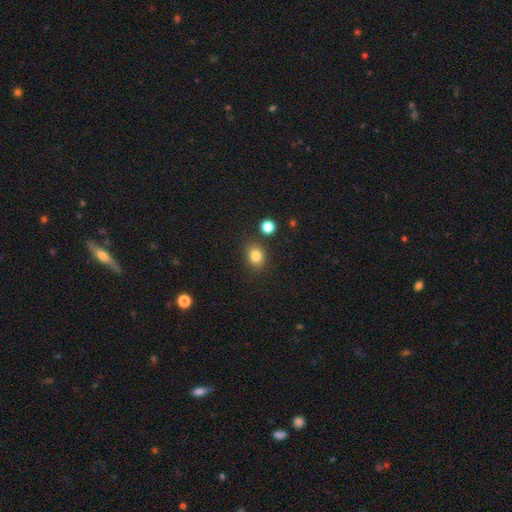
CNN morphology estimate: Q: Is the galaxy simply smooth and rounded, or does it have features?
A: smooth — 83%.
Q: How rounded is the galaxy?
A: round — 55%.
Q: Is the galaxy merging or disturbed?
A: none — 81%.